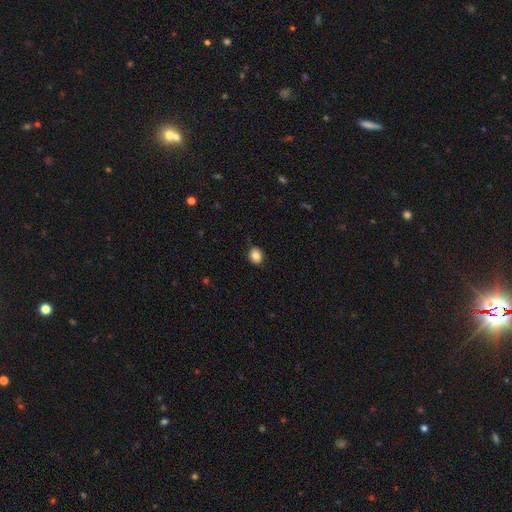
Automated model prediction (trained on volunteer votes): Q: Smooth or featured?
A: smooth (84%); runner-up: star or artifact (9%)
Q: How rounded?
A: round (56%); runner-up: in between (43%)
Q: Merging?
A: none (85%); runner-up: minor disturbance (12%)